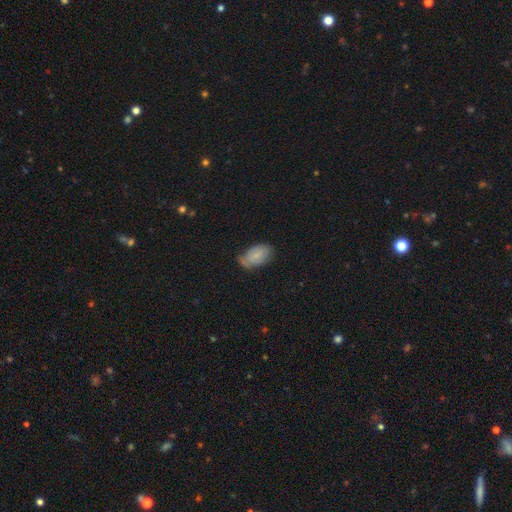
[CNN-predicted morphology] This appears to be a smooth galaxy with no disk features (72%) that is in between round and cigar-shaped (94%). Merging: none (61%).